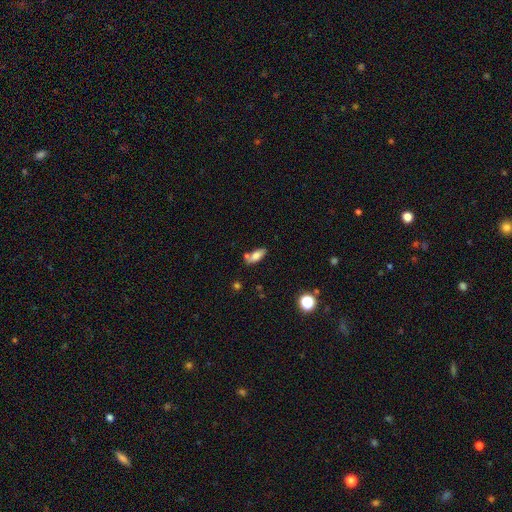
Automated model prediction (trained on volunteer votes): Smooth or featured: smooth — 74% (featured or disk — 17%)
How rounded: in between — 78% (cigar-shaped — 18%)
Merging: none — 61% (minor disturbance — 18%)